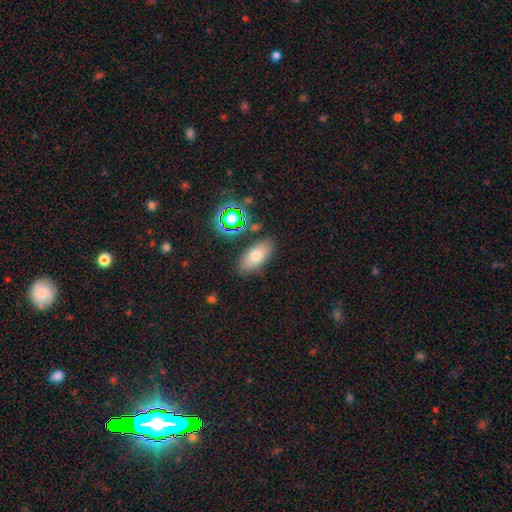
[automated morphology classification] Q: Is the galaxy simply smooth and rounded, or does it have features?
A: smooth — 70%.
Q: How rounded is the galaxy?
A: in between — 86%.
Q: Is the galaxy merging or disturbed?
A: none — 84%.